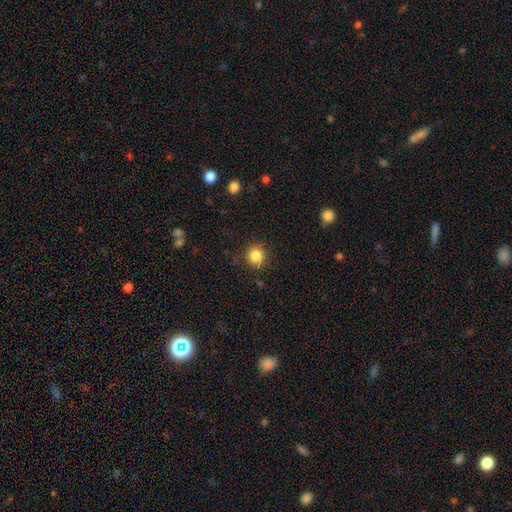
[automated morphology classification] Smooth or featured: smooth — 85% (star or artifact — 10%)
How rounded: round — 92% (in between — 8%)
Merging: none — 87% (minor disturbance — 9%)